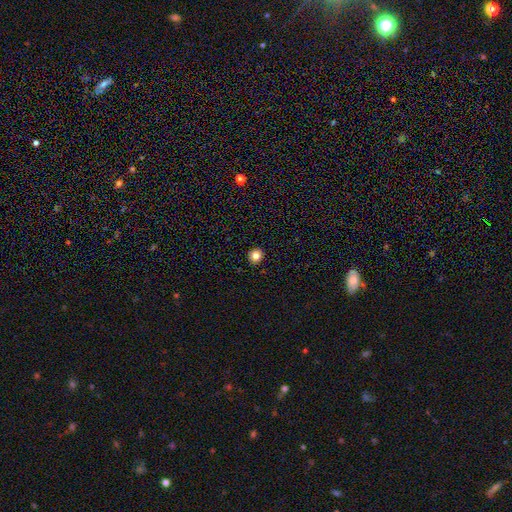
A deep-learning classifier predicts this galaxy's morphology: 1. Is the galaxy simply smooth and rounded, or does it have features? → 82% smooth, 11% star or artifact, 7% featured or disk.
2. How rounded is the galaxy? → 86% round, 13% in between, 1% cigar-shaped.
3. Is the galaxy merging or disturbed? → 93% none, 5% minor disturbance, 1% major disturbance, 1% merger.